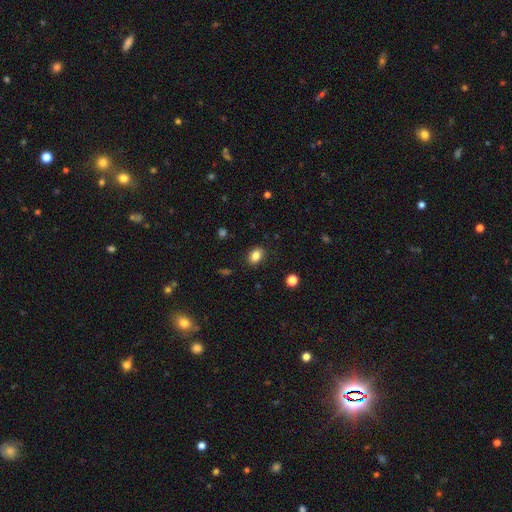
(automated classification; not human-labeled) This appears to be a smooth galaxy with no disk features (84%) that is in between round and cigar-shaped (74%). Merging: none (87%).